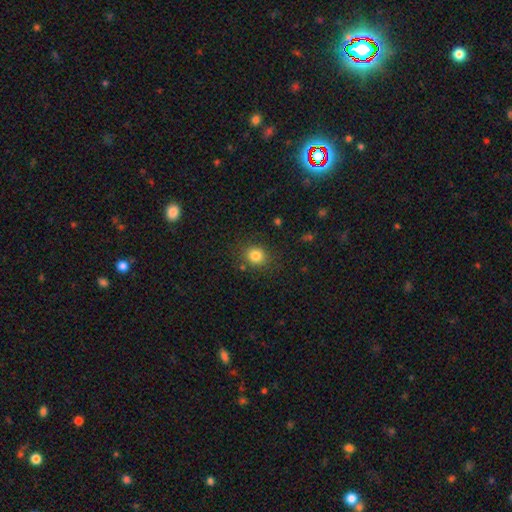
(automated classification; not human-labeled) smooth-or-featured: smooth: 83% | star or artifact: 12% | featured or disk: 6%
  how-rounded: round: 75% | in between: 24% | cigar-shaped: 1%
  merging: none: 84% | minor disturbance: 10% | major disturbance: 3% | merger: 2%